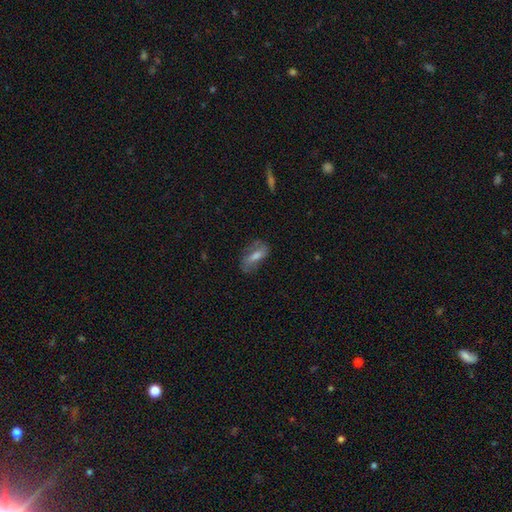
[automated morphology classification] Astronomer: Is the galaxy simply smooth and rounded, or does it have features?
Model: smooth — 47% (runner-up: featured or disk, 44%).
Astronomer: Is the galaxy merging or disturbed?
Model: none — 62%.